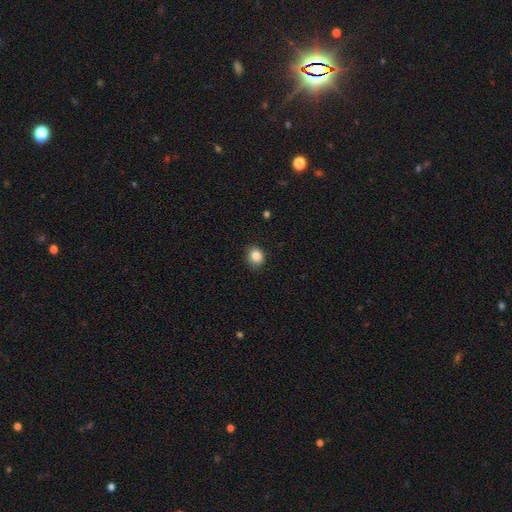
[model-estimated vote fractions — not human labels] Overall: smooth (85%). How rounded: round (72%). Merging: none (86%).